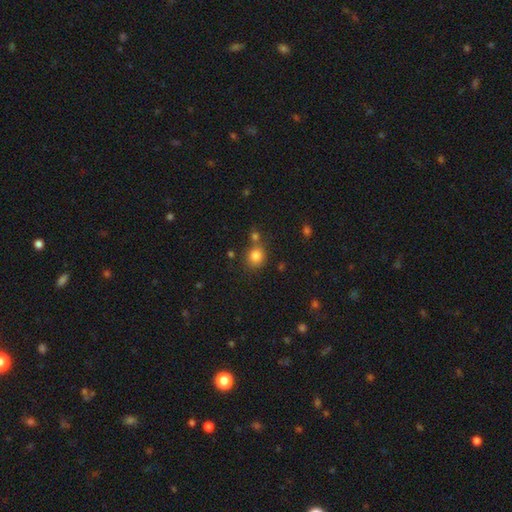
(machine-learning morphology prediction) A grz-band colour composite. It shows a smooth galaxy with no disk features (82%) that is round (82%). Merging: none (68%).